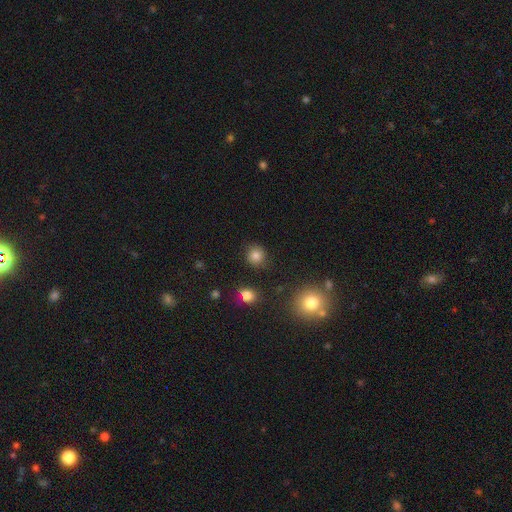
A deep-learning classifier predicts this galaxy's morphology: A smooth galaxy with no disk features (79%) that is round (87%). Merging: none (82%).